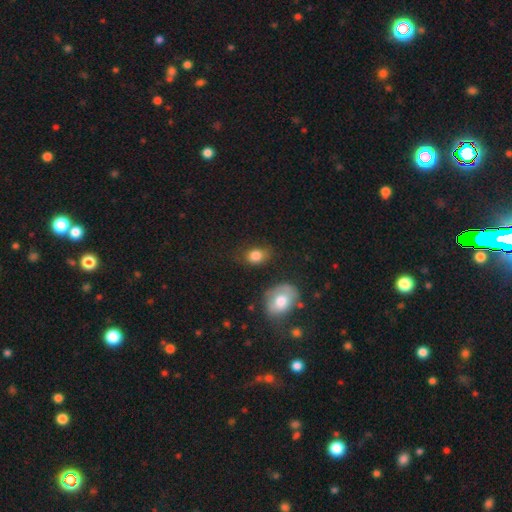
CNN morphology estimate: type=smooth (82%); roundness=in between (66%); merging=none (66%).